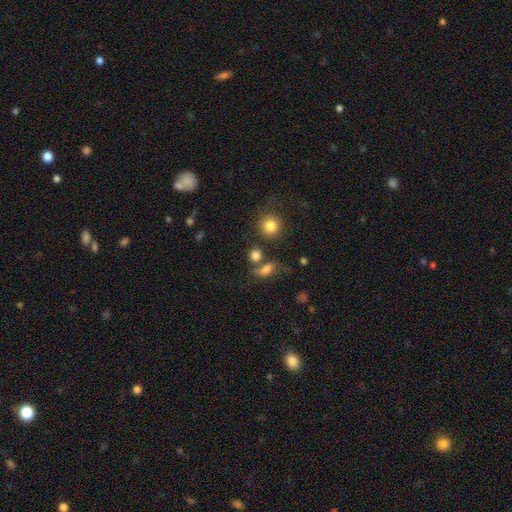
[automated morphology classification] Q: Smooth or featured?
A: smooth (80%); runner-up: star or artifact (13%)
Q: How rounded?
A: round (61%); runner-up: in between (36%)
Q: Merging?
A: none (56%); runner-up: merger (22%)